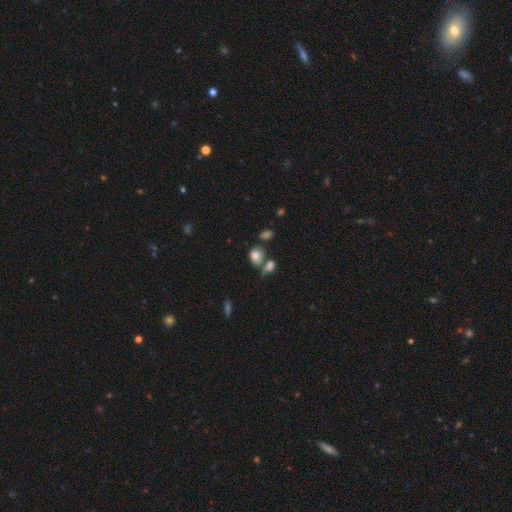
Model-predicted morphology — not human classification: This appears to be a smooth galaxy with no disk features (79%) that is in between round and cigar-shaped (56%). Merging: none (44%).